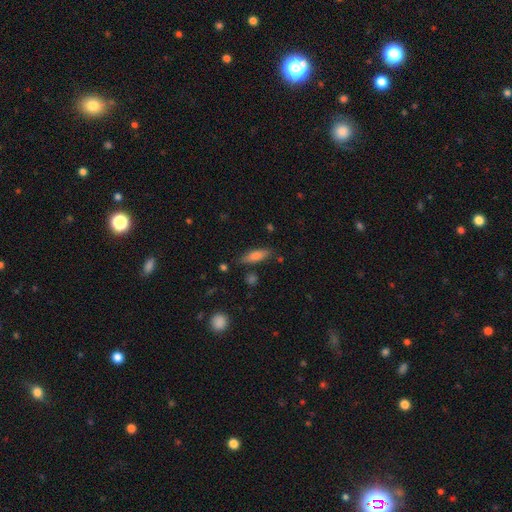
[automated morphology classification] Smooth or featured: smooth — 72% (featured or disk — 21%)
How rounded: cigar-shaped — 57% (in between — 40%)
Merging: none — 80% (minor disturbance — 13%)